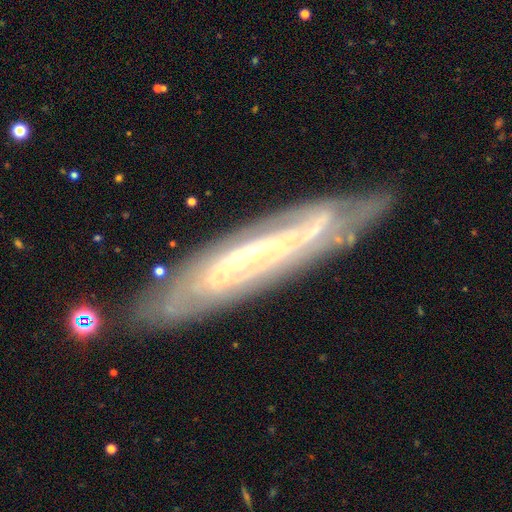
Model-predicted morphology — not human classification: type=featured or disk (78%); edge-on=no (64%); merging=none (77%).